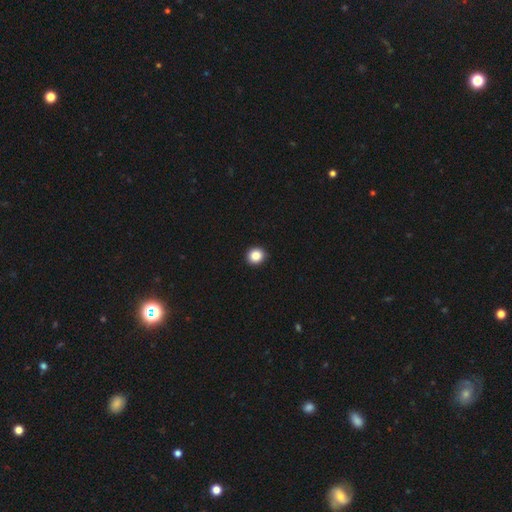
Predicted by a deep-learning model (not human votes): smooth_or_featured: smooth (p=0.87) [alt: star or artifact p=0.10]
how_rounded: round (p=0.88) [alt: in between p=0.11]
merging: none (p=0.93) [alt: minor disturbance p=0.05]